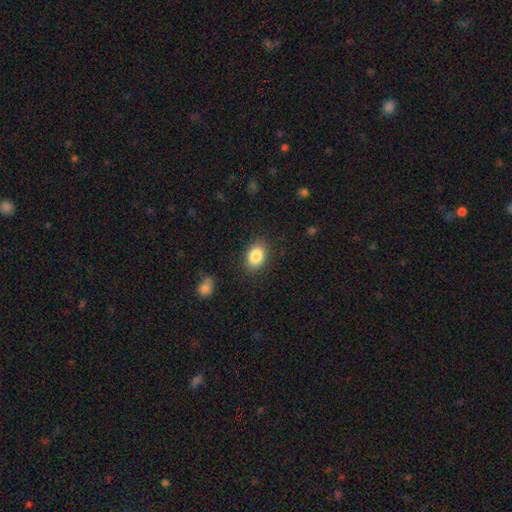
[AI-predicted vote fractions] Smooth or featured? smooth (86%)
How rounded? in between (73%)
Merging? none (85%)